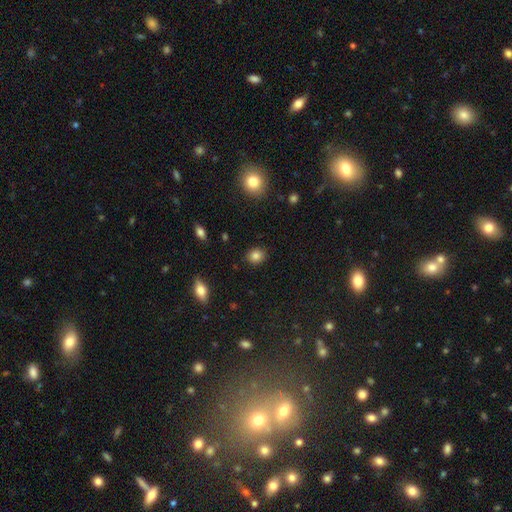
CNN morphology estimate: smooth-or-featured: smooth: 85% | star or artifact: 10% | featured or disk: 5%
  how-rounded: round: 63% | in between: 36% | cigar-shaped: 1%
  merging: none: 89% | minor disturbance: 8% | major disturbance: 2% | merger: 1%